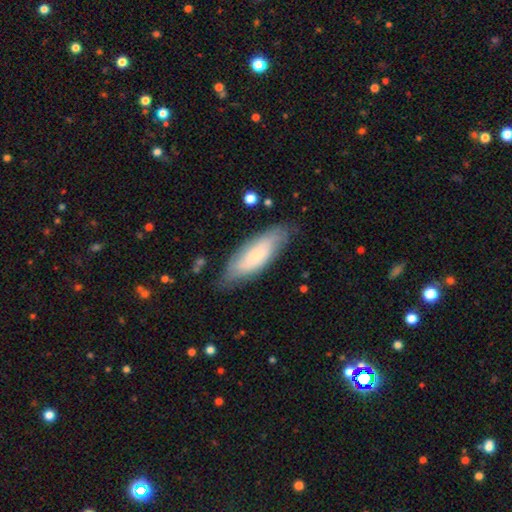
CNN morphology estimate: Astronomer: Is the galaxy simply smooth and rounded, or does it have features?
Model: smooth — 53% (runner-up: featured or disk, 41%).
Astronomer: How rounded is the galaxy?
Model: in between — 64%.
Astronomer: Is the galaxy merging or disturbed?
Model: none — 76%.